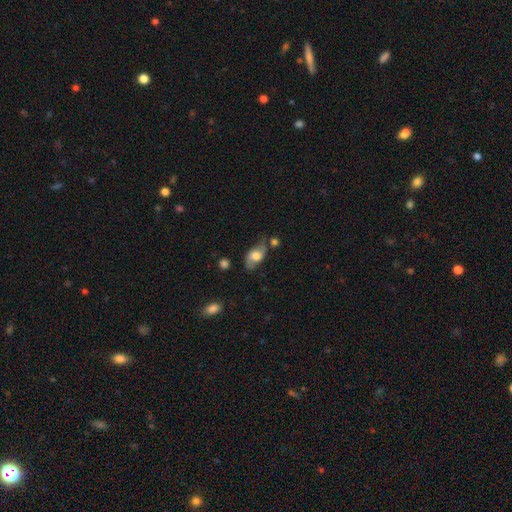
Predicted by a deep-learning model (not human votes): Smooth or featured?
  - smooth: 51% *
  - featured or disk: 41%
  - star or artifact: 8%
How rounded?
  - in between: 87% *
  - round: 9%
  - cigar-shaped: 4%
Merging?
  - none: 59% *
  - minor disturbance: 26%
  - major disturbance: 9%
  - merger: 7%